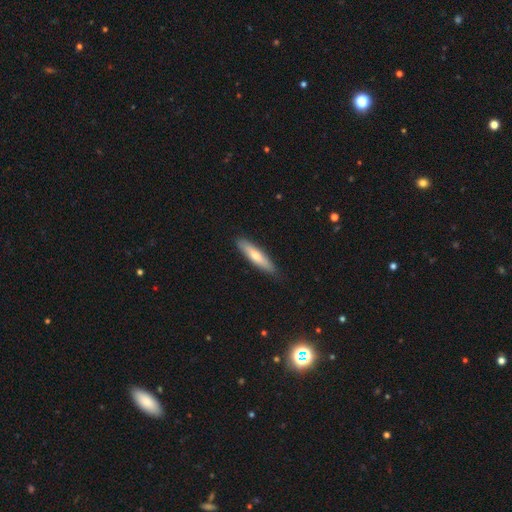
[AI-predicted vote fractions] Overall: smooth (68%). How rounded: cigar-shaped (81%). Merging: none (85%).